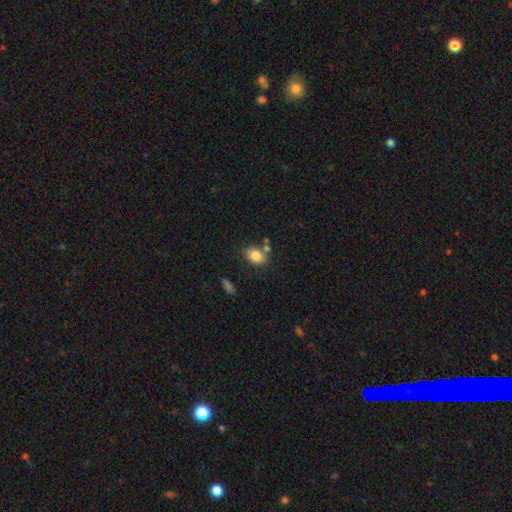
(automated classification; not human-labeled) smooth_or_featured: smooth (p=0.83) [alt: featured or disk p=0.09]
how_rounded: in between (p=0.79) [alt: round p=0.19]
merging: none (p=0.69) [alt: minor disturbance p=0.14]